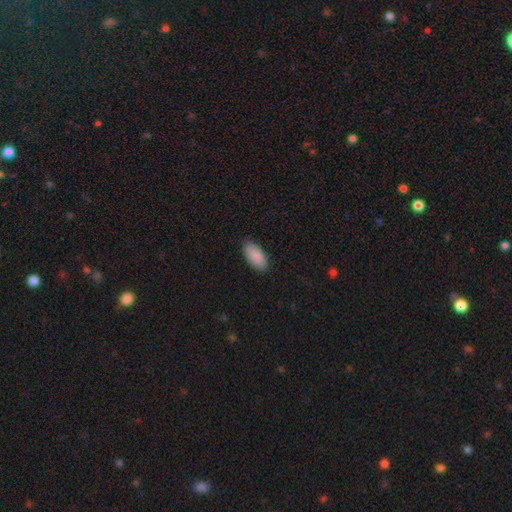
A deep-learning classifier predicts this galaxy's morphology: smooth_or_featured: smooth (p=0.90) [alt: star or artifact p=0.06]
how_rounded: in between (p=0.93) [alt: cigar-shaped p=0.05]
merging: none (p=0.87) [alt: minor disturbance p=0.10]